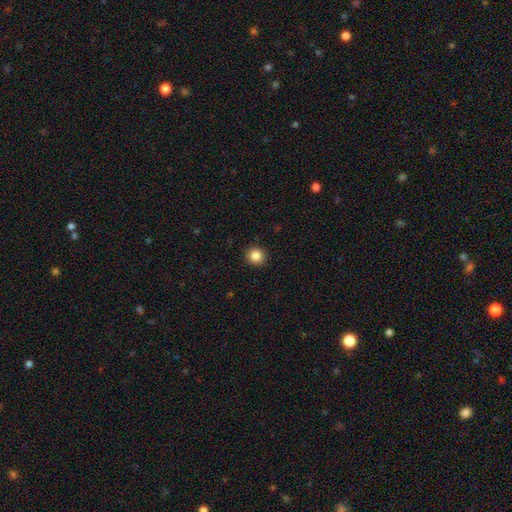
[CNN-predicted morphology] A smooth galaxy with no disk features (85%) that is round (93%). Merging: none (93%).